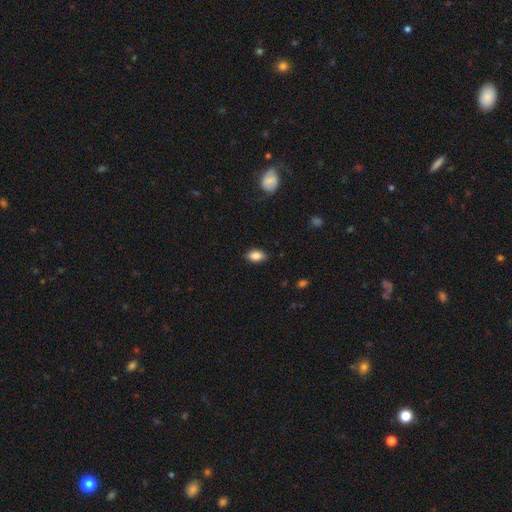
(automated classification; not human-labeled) smooth 86%, star or artifact 8%, featured or disk 6%. Down the decision tree: how rounded — in between (88%); merging — none (82%).